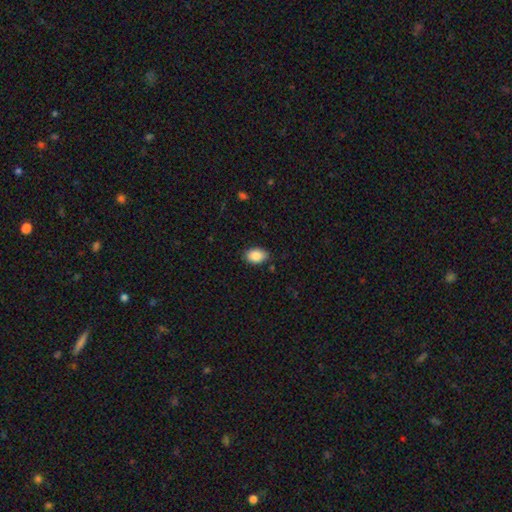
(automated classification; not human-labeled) Morphology: type=smooth (88%); roundness=in between (85%); merging=none (83%).